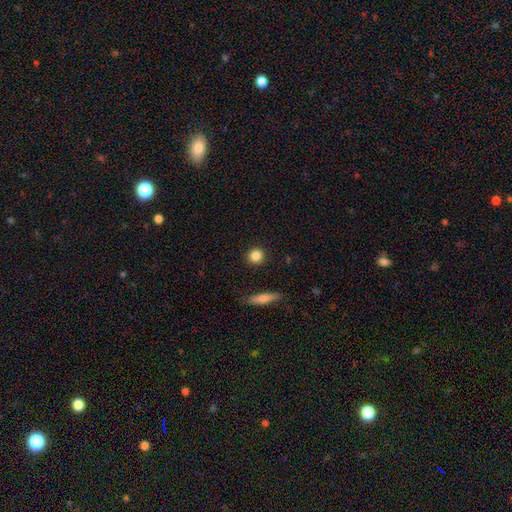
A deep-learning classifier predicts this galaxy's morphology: A smooth galaxy with no disk features (85%) that is round (91%). Merging: none (91%).